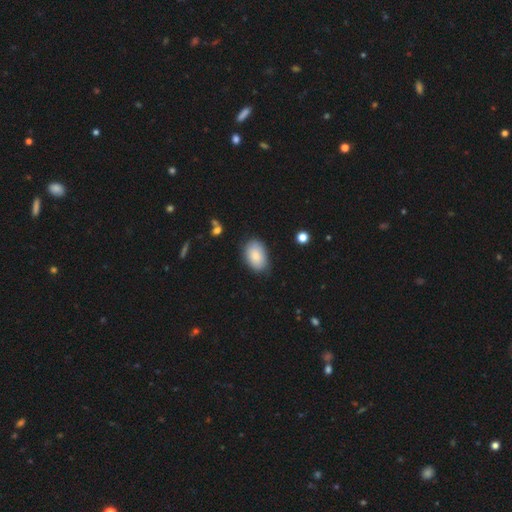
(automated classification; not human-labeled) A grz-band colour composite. It shows a smooth galaxy with no disk features (83%) that is in between round and cigar-shaped (91%). Merging: none (77%).